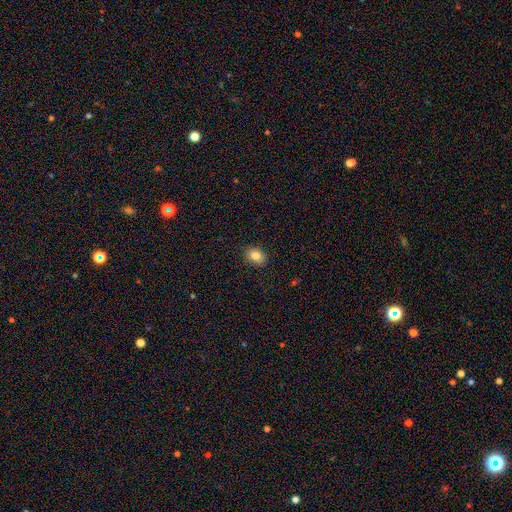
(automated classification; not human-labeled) smooth 84%, star or artifact 9%, featured or disk 7%. Down the decision tree: how rounded — in between (70%); merging — none (90%).